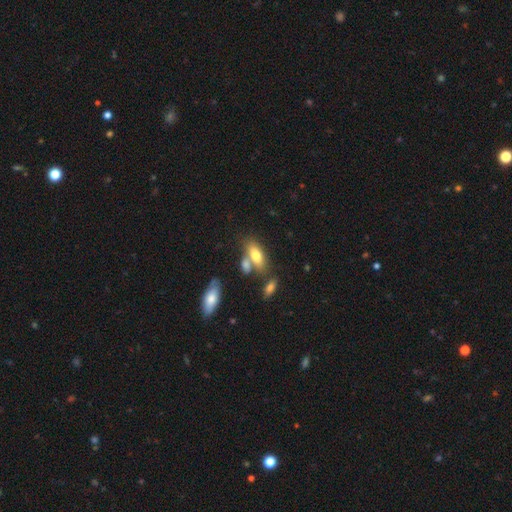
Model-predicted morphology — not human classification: Smooth or featured: smooth — 74% (featured or disk — 19%)
How rounded: in between — 82% (cigar-shaped — 15%)
Merging: none — 50% (merger — 32%)